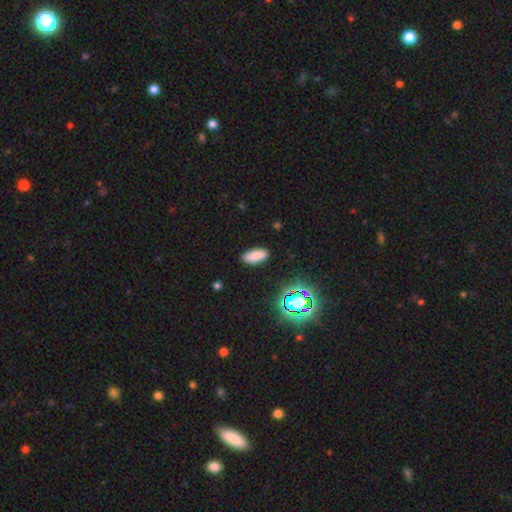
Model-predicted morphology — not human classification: This appears to be a smooth galaxy with no disk features (82%) that is in between round and cigar-shaped (82%). Merging: none (87%).